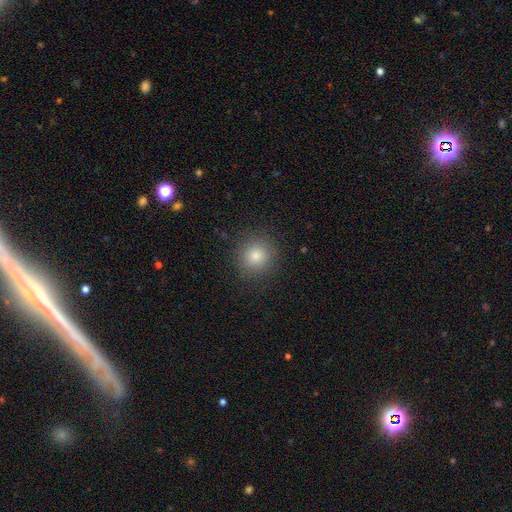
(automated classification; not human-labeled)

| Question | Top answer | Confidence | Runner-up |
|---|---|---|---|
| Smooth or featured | smooth | 81% | star or artifact (13%) |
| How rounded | round | 93% | in between (6%) |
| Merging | none | 91% | minor disturbance (6%) |